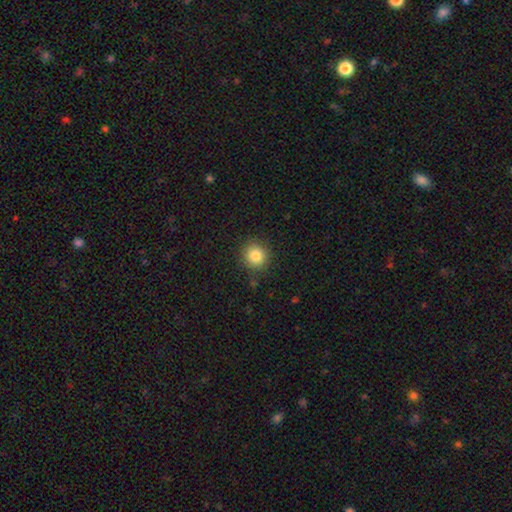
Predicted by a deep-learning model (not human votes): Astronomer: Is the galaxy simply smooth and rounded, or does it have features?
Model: smooth — 83%.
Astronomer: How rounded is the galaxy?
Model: round — 91%.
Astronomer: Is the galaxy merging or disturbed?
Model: none — 88%.